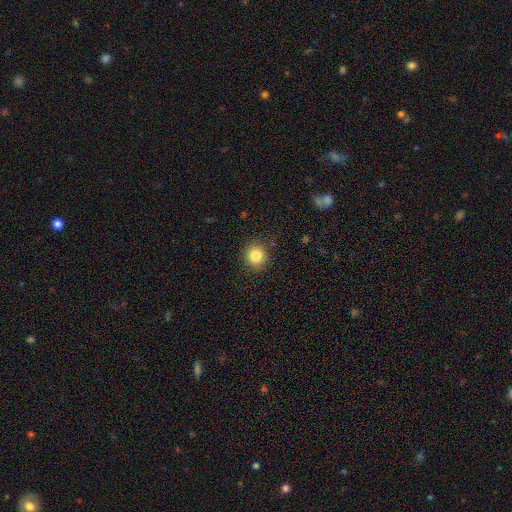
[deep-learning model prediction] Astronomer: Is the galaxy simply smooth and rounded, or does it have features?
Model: smooth — 85%.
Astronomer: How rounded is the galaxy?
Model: round — 92%.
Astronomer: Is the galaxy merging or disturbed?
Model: none — 89%.